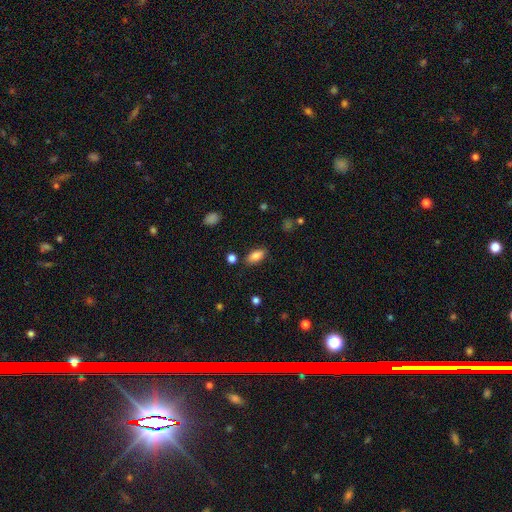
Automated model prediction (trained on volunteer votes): Smooth or featured? smooth (82%)
How rounded? in between (88%)
Merging? none (84%)